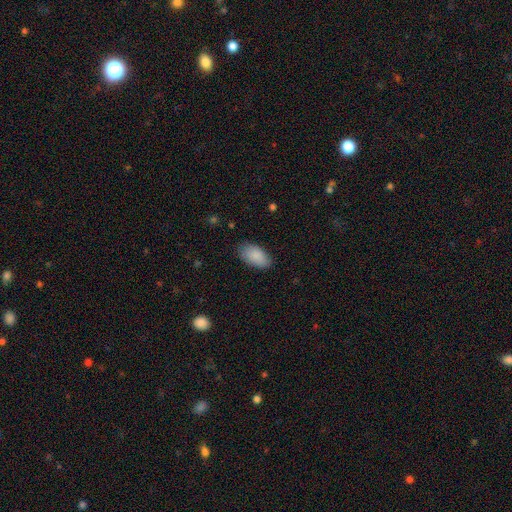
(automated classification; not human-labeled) The model was most divided on "merging": none: 82%, minor disturbance: 15%, major disturbance: 3%, merger: 1%. More confident: how rounded — in between (95%); smooth or featured — smooth (88%).